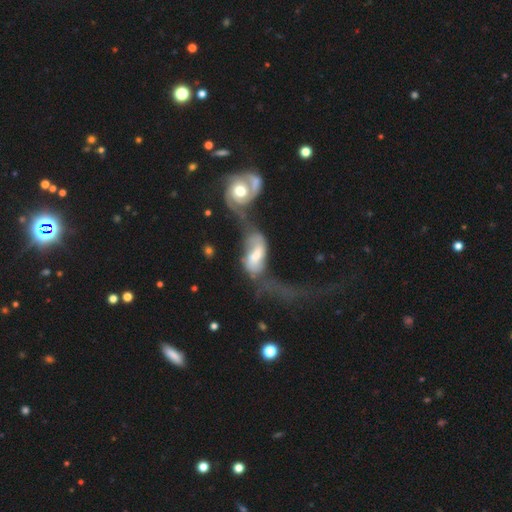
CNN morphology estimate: The model was most divided on "bar": weak: 39%, no: 36%, strong: 25%. More confident: edge-on disk — no (93%); spiral arms — yes (76%); merging — merger (68%); smooth or featured — featured or disk (66%); bulge size — moderate (58%).